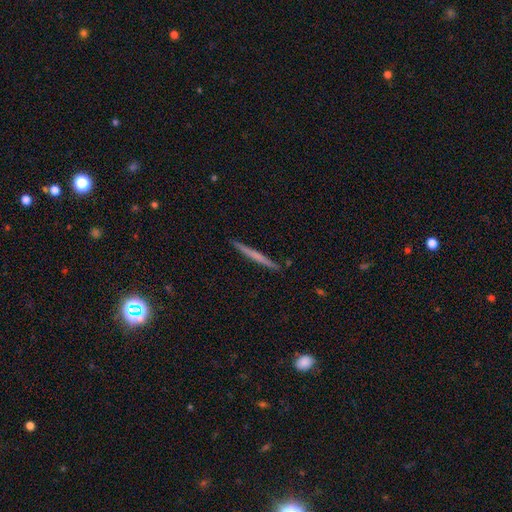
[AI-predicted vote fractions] The model was most divided on "smooth or featured": smooth: 49%, featured or disk: 46%, star or artifact: 5%. More confident: merging — none (92%).